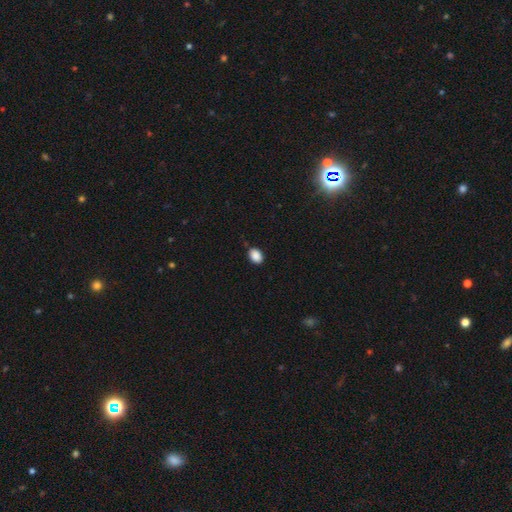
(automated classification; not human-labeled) smooth_or_featured: smooth (p=0.89) [alt: star or artifact p=0.09]
how_rounded: in between (p=0.77) [alt: round p=0.22]
merging: none (p=0.86) [alt: minor disturbance p=0.11]